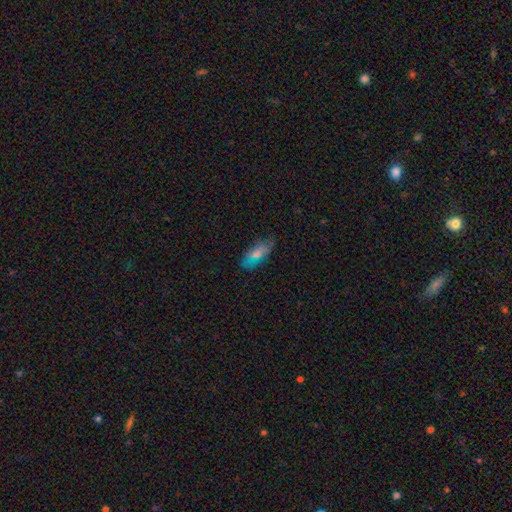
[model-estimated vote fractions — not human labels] Smooth or featured? smooth (69%)
How rounded? in between (82%)
Merging? none (71%)